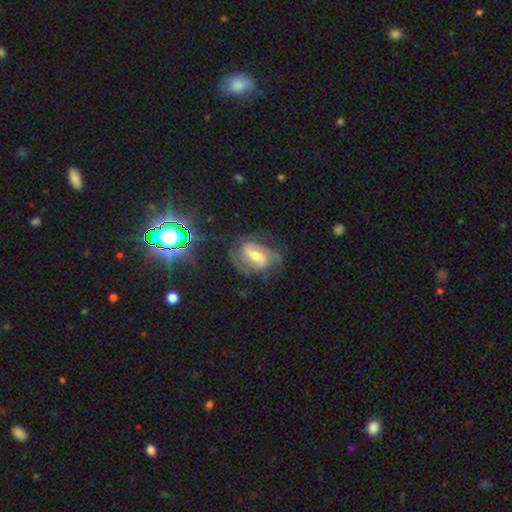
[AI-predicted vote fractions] Smooth or featured? featured or disk (75%)
Edge-on disk? no (96%)
Bar? weak (45%)
Spiral arms? yes (93%)
Spiral winding? medium (46%)
Spiral arm count? 2 (58%)
Bulge size? moderate (56%)
Merging? none (64%)